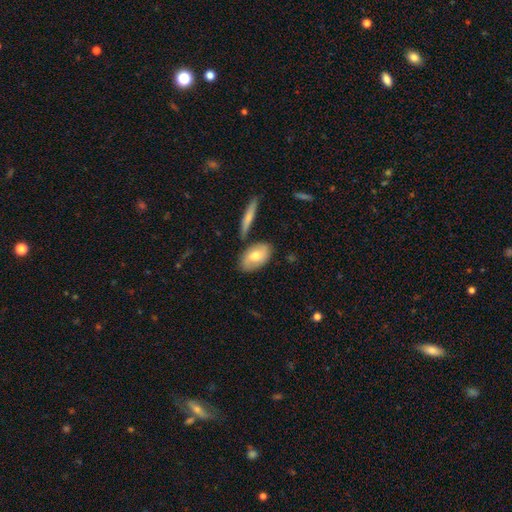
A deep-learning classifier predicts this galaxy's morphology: This is likely a smooth galaxy (67%). How rounded: clearly in between (90%). Merging: likely none (74%).